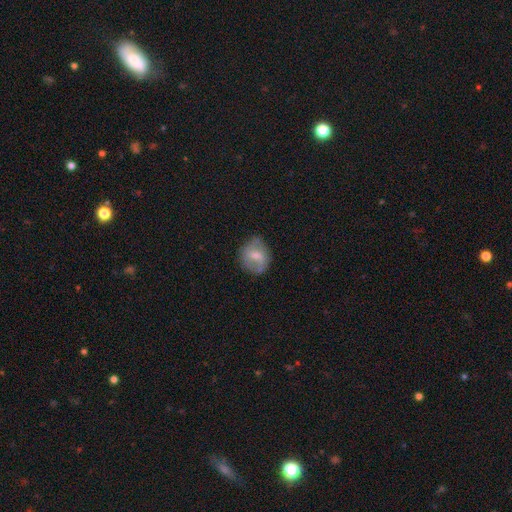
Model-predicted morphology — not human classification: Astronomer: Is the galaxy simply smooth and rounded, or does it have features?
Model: smooth — 58% (runner-up: featured or disk, 34%).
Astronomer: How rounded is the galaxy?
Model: round — 71%.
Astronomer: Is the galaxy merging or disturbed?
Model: none — 67%.